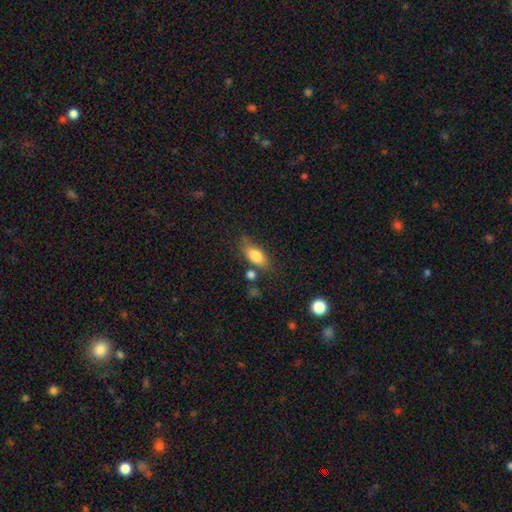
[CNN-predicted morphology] The model was most divided on "merging": none: 65%, minor disturbance: 20%, merger: 8%, major disturbance: 6%. More confident: how rounded — in between (82%); smooth or featured — smooth (79%).